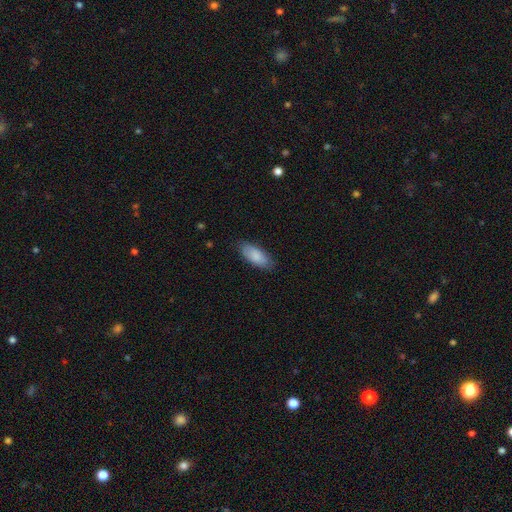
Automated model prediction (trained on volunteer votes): Q: Smooth or featured?
A: smooth (86%); runner-up: featured or disk (9%)
Q: How rounded?
A: in between (85%); runner-up: cigar-shaped (13%)
Q: Merging?
A: none (81%); runner-up: minor disturbance (15%)